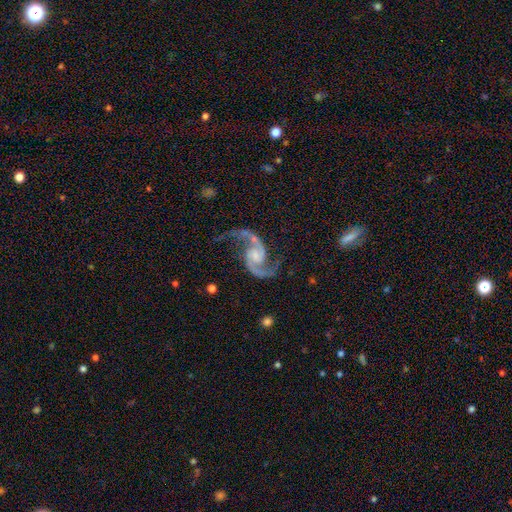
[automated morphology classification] Q: Smooth or featured?
A: featured or disk (94%); runner-up: star or artifact (4%)
Q: Edge-on disk?
A: no (98%); runner-up: yes (2%)
Q: Bar?
A: no (55%); runner-up: weak (37%)
Q: Spiral arms?
A: yes (98%); runner-up: no (2%)
Q: Spiral winding?
A: loose (52%); runner-up: medium (41%)
Q: Spiral arm count?
A: 2 (95%); runner-up: 1 (1%)
Q: Bulge size?
A: small (42%); runner-up: none (26%)
Q: Merging?
A: none (71%); runner-up: minor disturbance (15%)